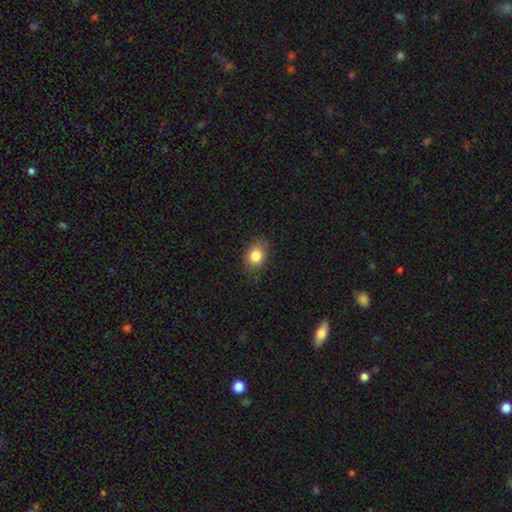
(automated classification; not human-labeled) A smooth galaxy with no disk features (83%) that is in between round and cigar-shaped (68%).

Vote fractions:
- Smooth or featured? smooth: 83% / star or artifact: 9% / featured or disk: 7%
- How rounded? in between: 68% / round: 30% / cigar-shaped: 1%
- Merging? none: 83% / minor disturbance: 13% / major disturbance: 3% / merger: 1%